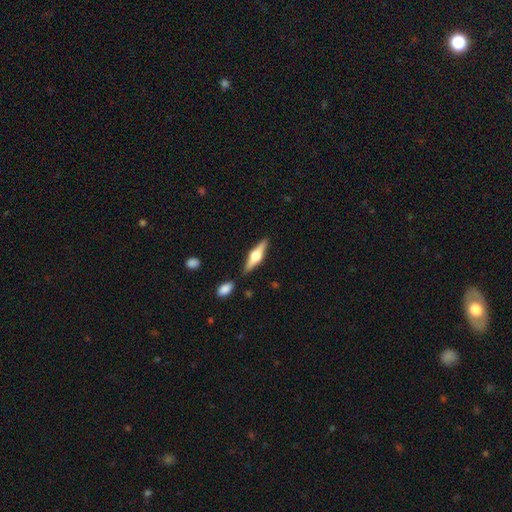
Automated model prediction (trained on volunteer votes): A featured or disk galaxy (65%) viewed edge-on (96%) with a rounded central bulge (94%). Merging: none (84%).